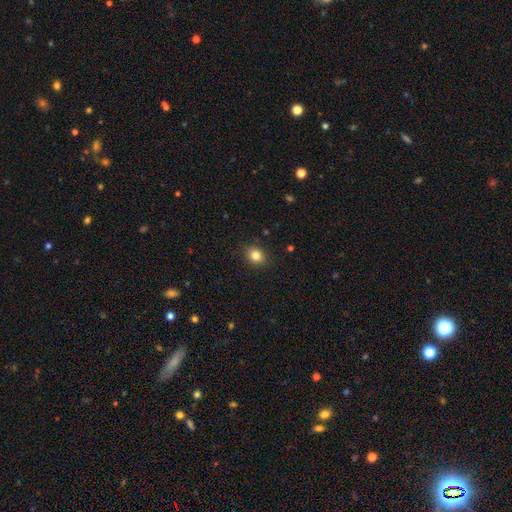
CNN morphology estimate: Smooth or featured? smooth (83%)
How rounded? round (60%)
Merging? none (88%)